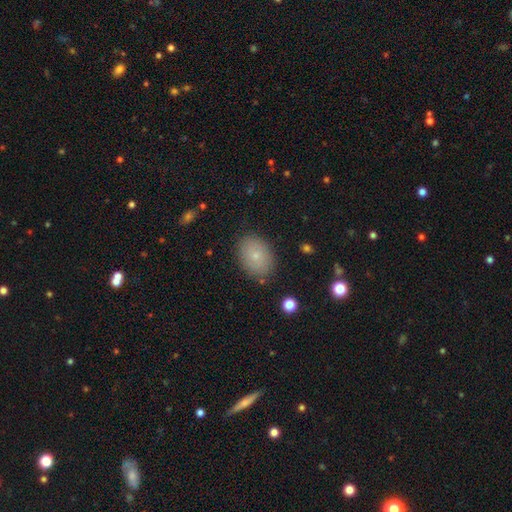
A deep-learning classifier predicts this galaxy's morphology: smooth 77%, featured or disk 13%, star or artifact 10%. Down the decision tree: how rounded — in between (76%); merging — none (85%).